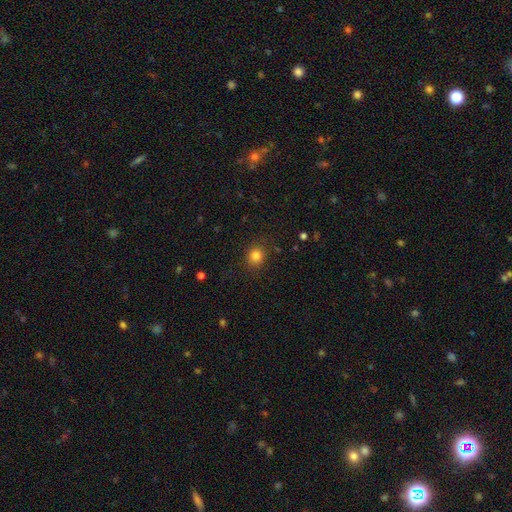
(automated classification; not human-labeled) Smooth or featured: smooth — 83% (star or artifact — 12%)
How rounded: round — 78% (in between — 22%)
Merging: none — 87% (minor disturbance — 9%)